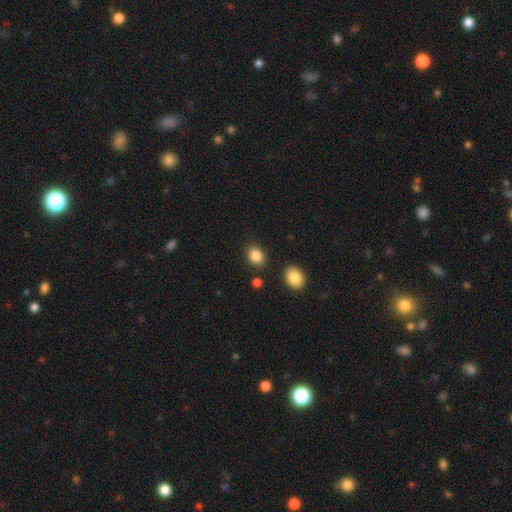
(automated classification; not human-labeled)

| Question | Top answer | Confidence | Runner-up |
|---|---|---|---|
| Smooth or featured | smooth | 87% | star or artifact (9%) |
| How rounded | in between | 59% | round (40%) |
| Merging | none | 83% | minor disturbance (10%) |